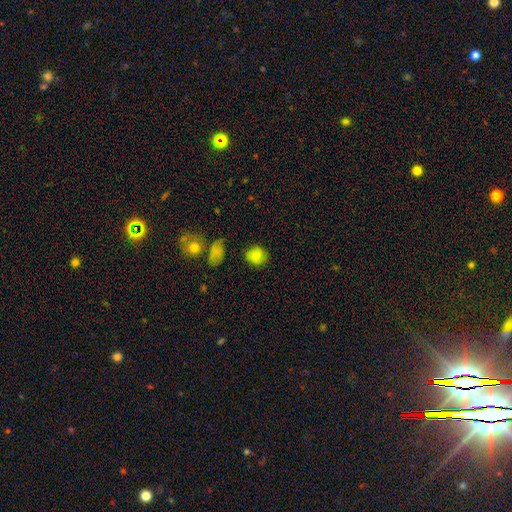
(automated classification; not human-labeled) A smooth galaxy with no disk features (77%) that is round (81%). Merging: none (79%).